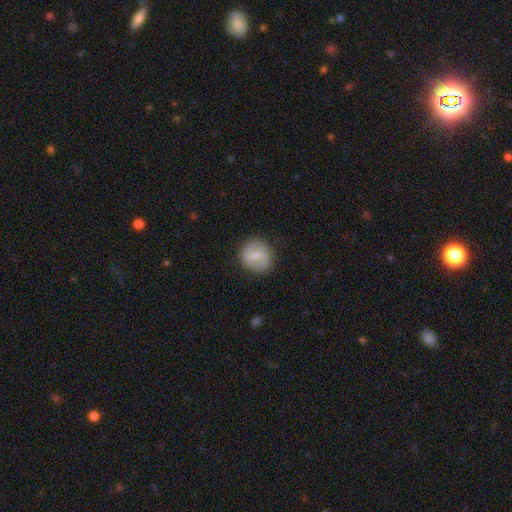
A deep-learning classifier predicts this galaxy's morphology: Smooth or featured? smooth (53%)
How rounded? round (87%)
Merging? none (84%)